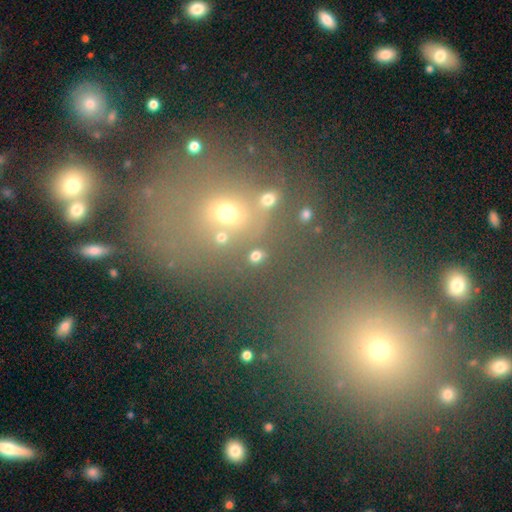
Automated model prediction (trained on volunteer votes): Overall: smooth (72%). How rounded: round (61%; in between 37%). Merging: none (76%).